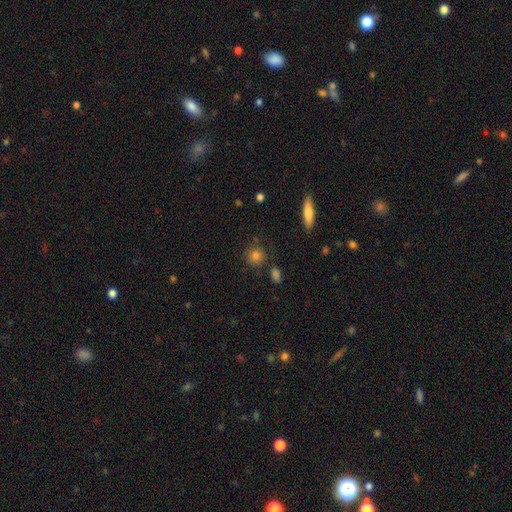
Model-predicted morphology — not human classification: This appears to be a smooth galaxy with no disk features (80%) that is round (86%). Merging: none (80%).